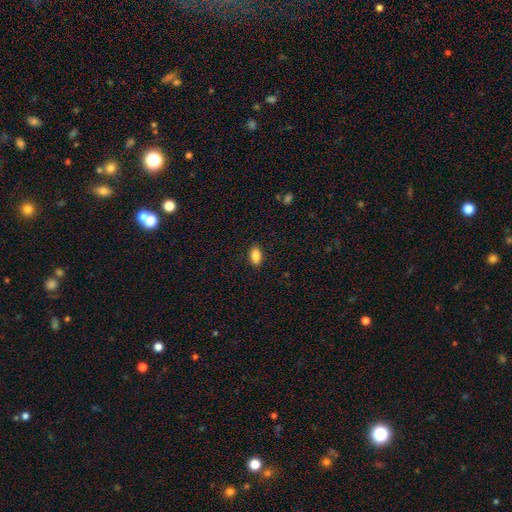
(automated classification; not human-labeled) Q: Smooth or featured?
A: smooth (88%); runner-up: star or artifact (8%)
Q: How rounded?
A: in between (91%); runner-up: round (5%)
Q: Merging?
A: none (89%); runner-up: minor disturbance (8%)